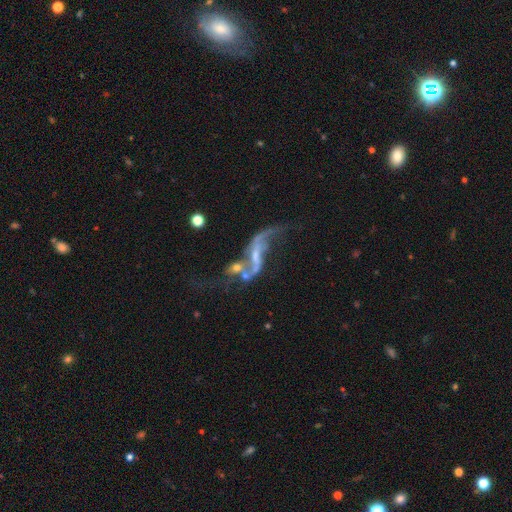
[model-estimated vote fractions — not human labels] smooth-or-featured: featured or disk: 84% | star or artifact: 9% | smooth: 7%
  disk-edge-on: no: 92% | yes: 8%
    bar: weak: 39% | no: 34% | strong: 28%
    has-spiral-arms: yes: 86% | no: 14%
      spiral-winding: loose: 92% | medium: 6% | tight: 2%
      spiral-arm-count: 2: 86% | 1: 7% | can't tell: 4% | 3: 1% | 4: 1% | more than 4: 1%
    bulge-size: small: 47% | none: 33% | moderate: 17% | large: 2% | dominant: 1%
  merging: merger: 32% | none: 30% | major disturbance: 24% | minor disturbance: 14%